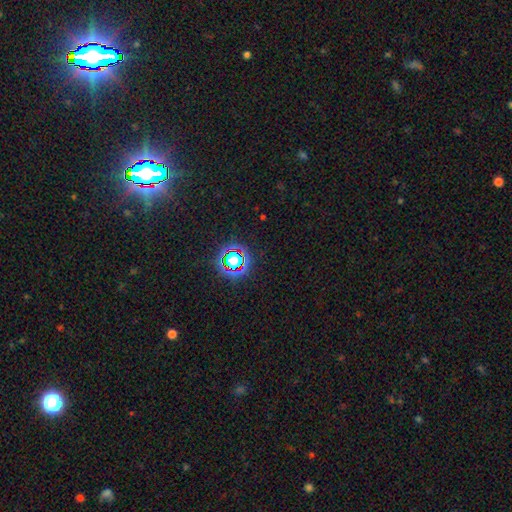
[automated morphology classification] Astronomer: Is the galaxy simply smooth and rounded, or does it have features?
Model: star or artifact — 80%.